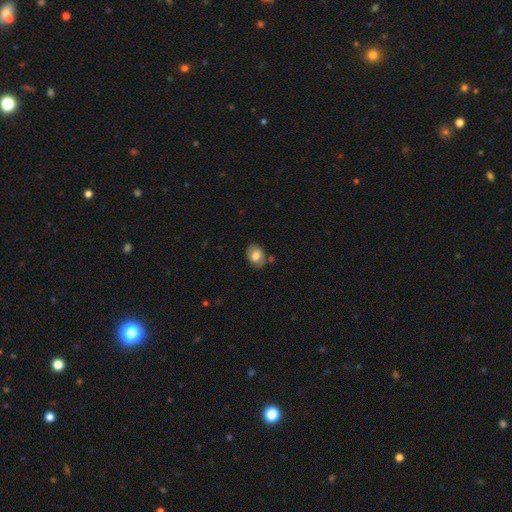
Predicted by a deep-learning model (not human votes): Morphology: type=smooth (73%); roundness=in between (68%); merging=none (75%).